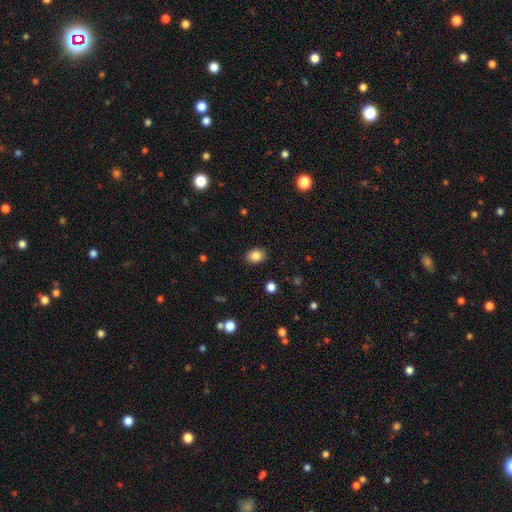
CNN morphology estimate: Smooth or featured: smooth — 86% (star or artifact — 10%)
How rounded: in between — 58% (round — 41%)
Merging: none — 88% (minor disturbance — 9%)